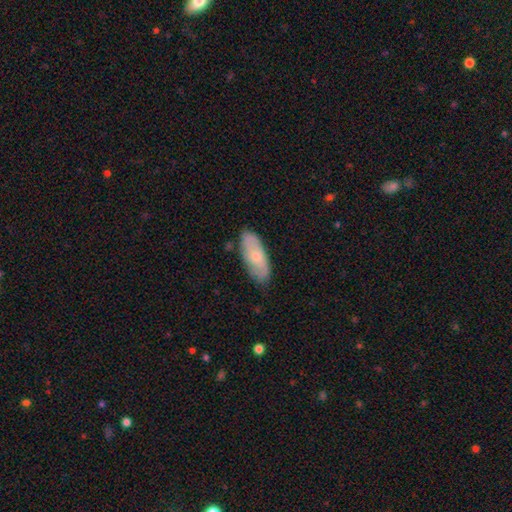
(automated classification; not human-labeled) This appears to be a smooth galaxy with no disk features (63%) that is in between round and cigar-shaped (79%). Merging: none (79%).